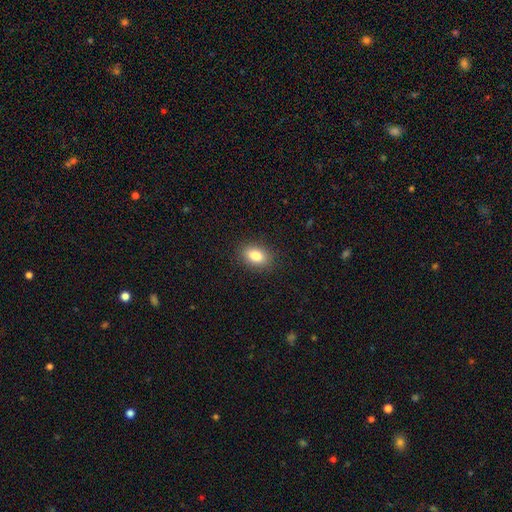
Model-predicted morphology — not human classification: smooth_or_featured: smooth (p=0.84) [alt: star or artifact p=0.09]
how_rounded: in between (p=0.83) [alt: round p=0.15]
merging: none (p=0.89) [alt: minor disturbance p=0.08]